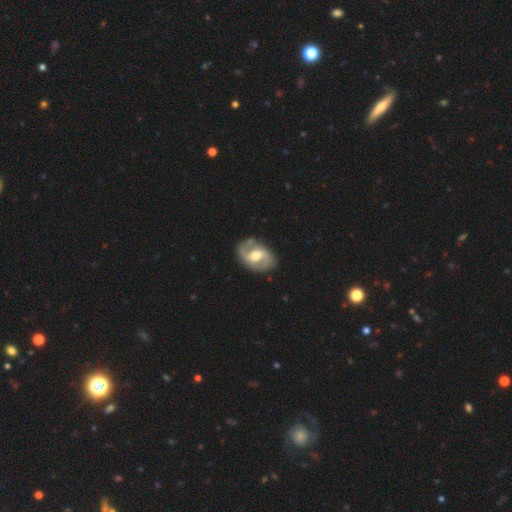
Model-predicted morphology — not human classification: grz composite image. It shows a featured or disk galaxy (81%) with a weak bar (50%), 2 (91%) medium (52%) spiral arms (89%) and a moderate central bulge (70%). Merging: none (84%).